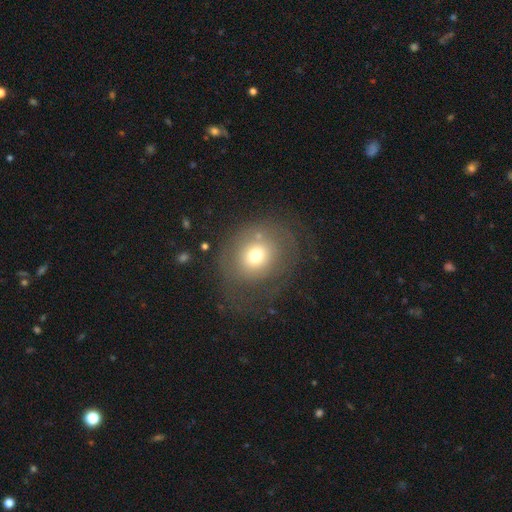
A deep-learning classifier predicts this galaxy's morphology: Smooth or featured: smooth — 59% (featured or disk — 29%)
How rounded: round — 79% (in between — 20%)
Merging: none — 58% (major disturbance — 22%)